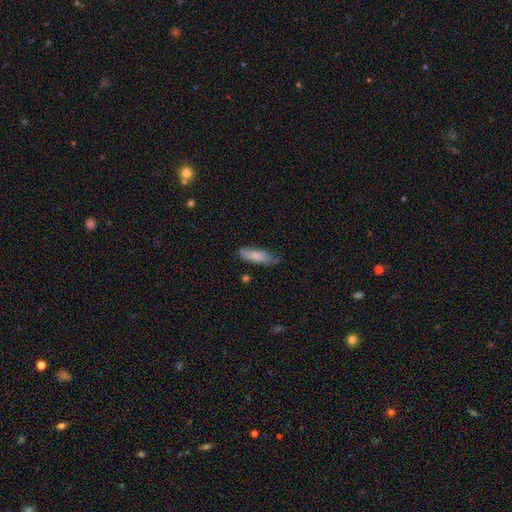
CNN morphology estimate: Smooth or featured? Predicted: smooth (p=0.79). How rounded? Predicted: in between (p=0.51). Merging? Predicted: none (p=0.65).